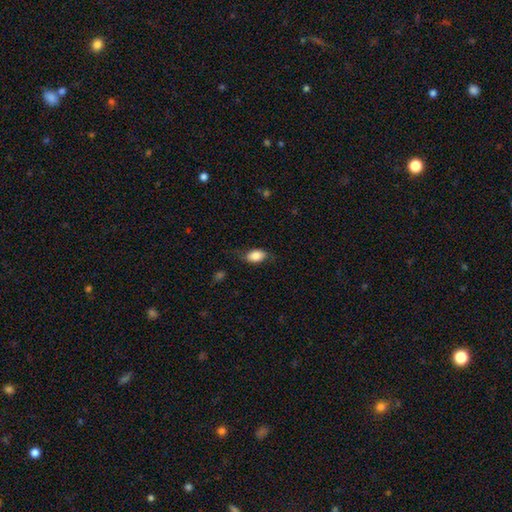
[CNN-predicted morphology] Smooth or featured? smooth (81%)
How rounded? in between (88%)
Merging? none (66%)